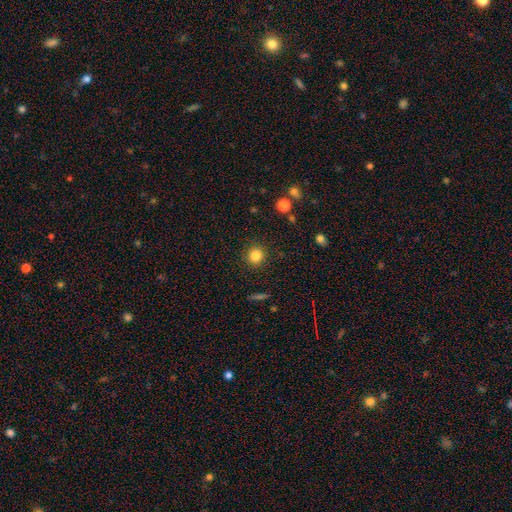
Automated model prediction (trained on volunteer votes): Smooth or featured? Predicted: smooth (p=0.83). How rounded? Predicted: round (p=0.92). Merging? Predicted: none (p=0.90).